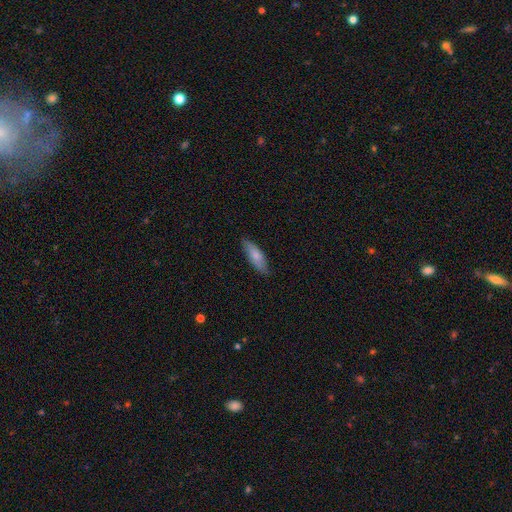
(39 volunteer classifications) smooth 79%, featured or disk 13%, star or artifact 8%. Down the decision tree: how rounded — in between (52%); merging — none (86%).